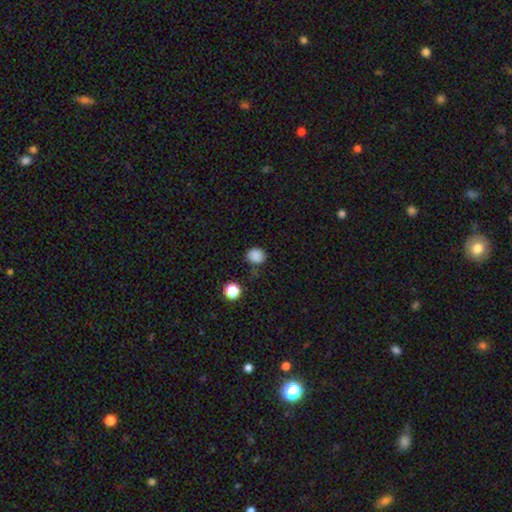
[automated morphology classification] Smooth or featured: smooth — 84% (star or artifact — 12%)
How rounded: round — 74% (in between — 25%)
Merging: none — 75% (minor disturbance — 17%)